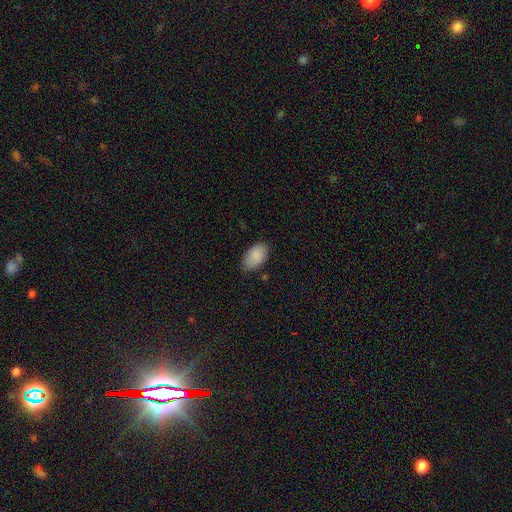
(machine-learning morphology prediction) smooth-or-featured: smooth: 89% | star or artifact: 7% | featured or disk: 5%
  how-rounded: in between: 94% | round: 4% | cigar-shaped: 1%
  merging: none: 79% | minor disturbance: 17% | major disturbance: 3% | merger: 1%